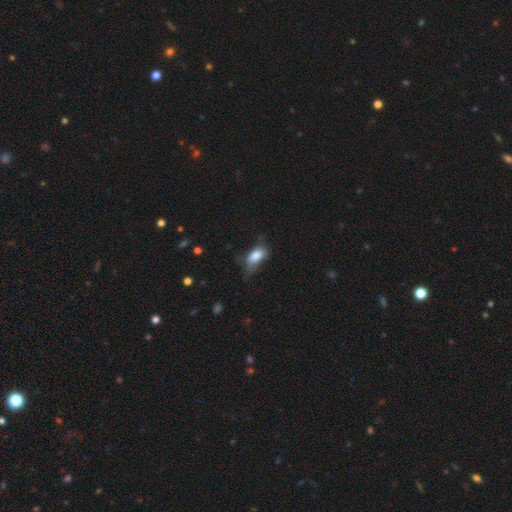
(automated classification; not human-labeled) A smooth galaxy with no disk features (78%) that is in between round and cigar-shaped (87%). Merging: none (37%, tied with minor disturbance).